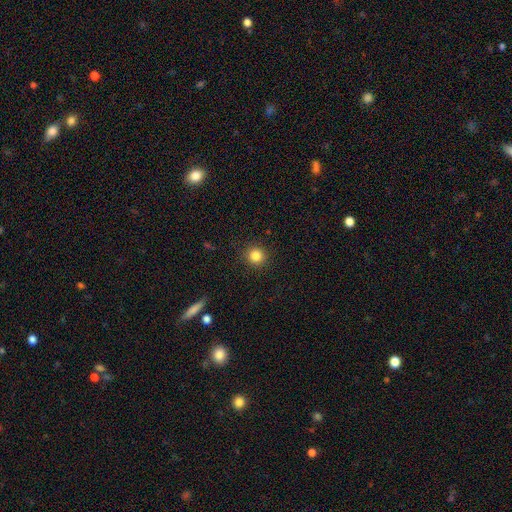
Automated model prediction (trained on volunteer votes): A smooth galaxy with no disk features (85%) that is round (94%).

Vote fractions:
- Smooth or featured? smooth: 85% / star or artifact: 11% / featured or disk: 4%
- How rounded? round: 94% / in between: 5% / cigar-shaped: 1%
- Merging? none: 91% / minor disturbance: 6% / major disturbance: 2% / merger: 1%